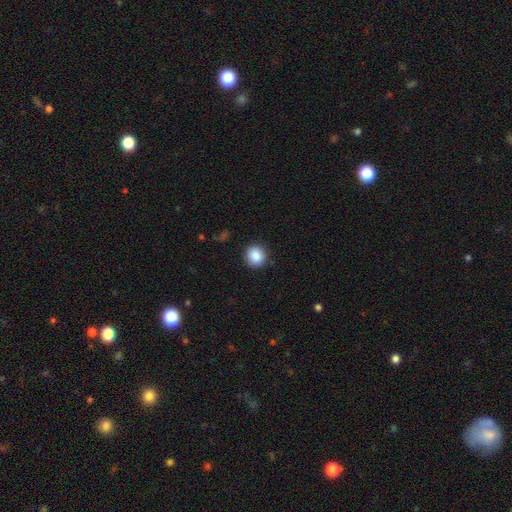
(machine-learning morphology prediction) type=smooth (88%); roundness=round (91%); merging=none (90%).